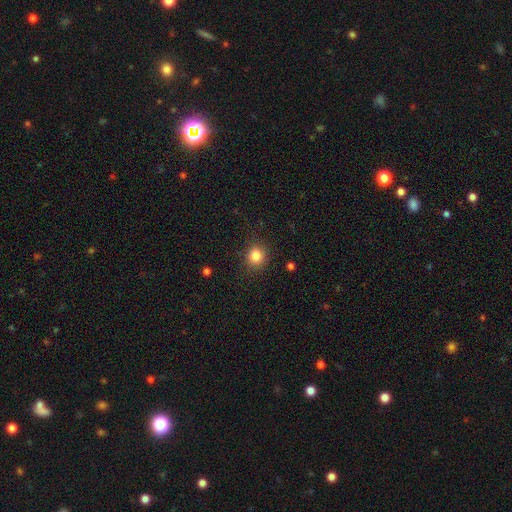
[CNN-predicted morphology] Smooth or featured?
  - smooth: 83% *
  - star or artifact: 12%
  - featured or disk: 5%
How rounded?
  - round: 86% *
  - in between: 13%
  - cigar-shaped: 1%
Merging?
  - none: 88% *
  - minor disturbance: 8%
  - major disturbance: 3%
  - merger: 1%